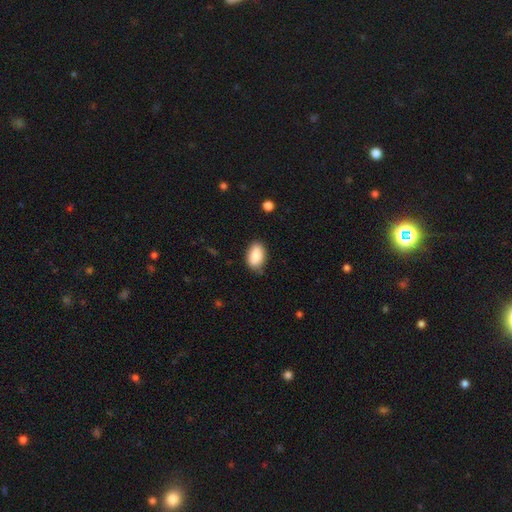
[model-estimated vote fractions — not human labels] A smooth galaxy with no disk features (86%) that is in between round and cigar-shaped (92%).

Vote fractions:
- Smooth or featured? smooth: 86% / featured or disk: 7% / star or artifact: 7%
- How rounded? in between: 92% / round: 7% / cigar-shaped: 2%
- Merging? none: 79% / minor disturbance: 17% / major disturbance: 3% / merger: 2%